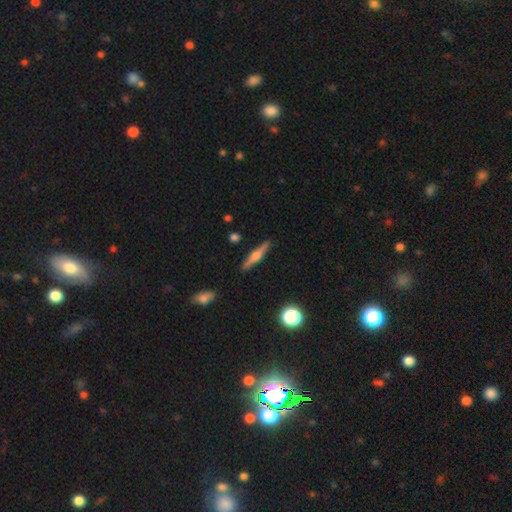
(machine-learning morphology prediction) Smooth or featured? Predicted: featured or disk (p=0.65). Edge-on disk? Predicted: yes (p=0.97). Edge-on bulge? Predicted: rounded (p=0.88). Merging? Predicted: none (p=0.90).